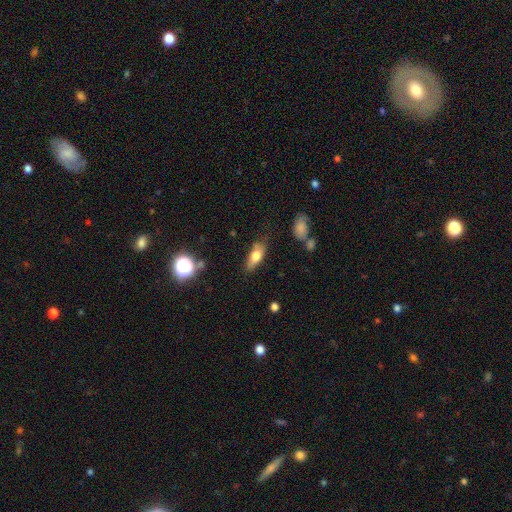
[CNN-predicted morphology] A smooth galaxy with no disk features (71%) that is in between round and cigar-shaped (74%).

Vote fractions:
- Smooth or featured? smooth: 71% / featured or disk: 20% / star or artifact: 9%
- How rounded? in between: 74% / cigar-shaped: 21% / round: 4%
- Merging? none: 71% / minor disturbance: 20% / major disturbance: 5% / merger: 3%